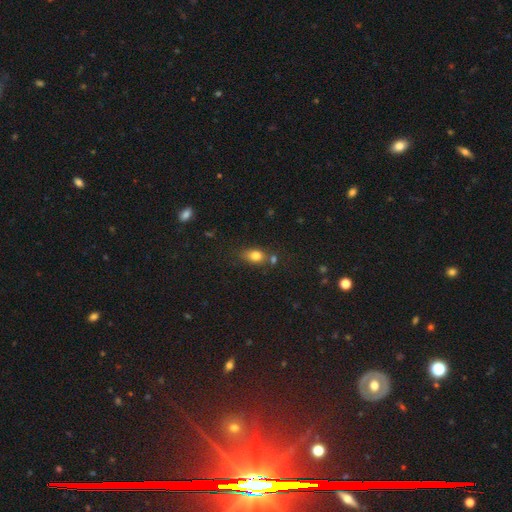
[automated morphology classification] type=smooth (81%); roundness=in between (70%); merging=none (59%).